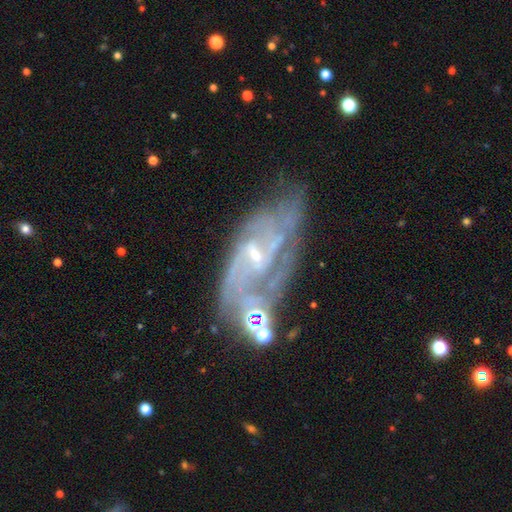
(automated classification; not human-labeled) This is clearly a featured or disk galaxy (83%). It is clearly not viewed edge-on (94%). Bar: possibly weak (50%). Spiral arm pattern: clearly yes (90%). Spiral arm count: marginally 2 (37%). Spiral winding: marginally medium (44%). Central bulge: likely small (70%). Merging: possibly none (51%).